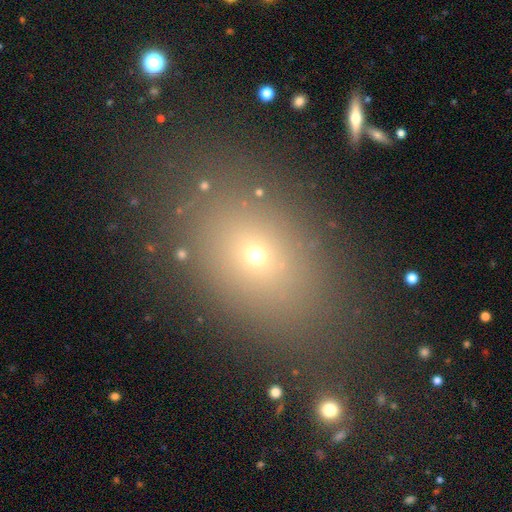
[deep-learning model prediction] Q: Smooth or featured?
A: smooth (63%); runner-up: star or artifact (23%)
Q: How rounded?
A: in between (69%); runner-up: round (28%)
Q: Merging?
A: none (79%); runner-up: minor disturbance (11%)